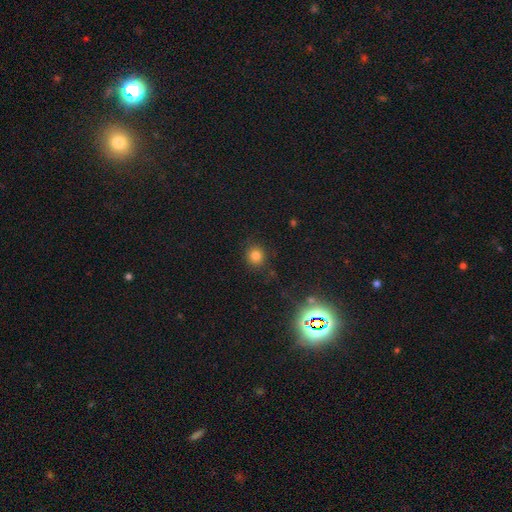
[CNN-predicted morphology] smooth 79%, star or artifact 15%, featured or disk 6%. Down the decision tree: how rounded — round (89%); merging — none (86%).